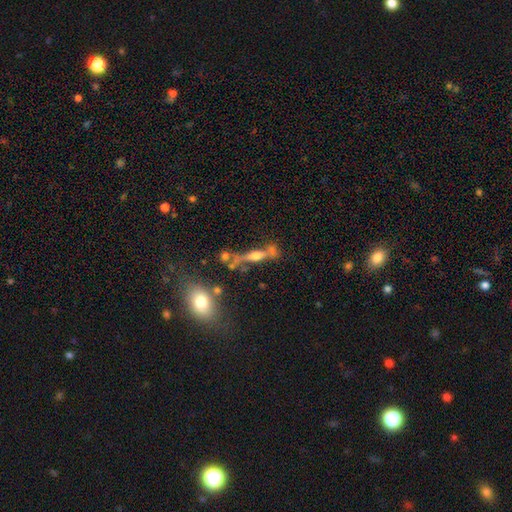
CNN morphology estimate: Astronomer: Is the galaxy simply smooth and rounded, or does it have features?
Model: featured or disk — 54% (runner-up: smooth, 35%).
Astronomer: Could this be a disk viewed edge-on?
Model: yes — 83%.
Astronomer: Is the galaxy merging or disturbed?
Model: none — 51%.